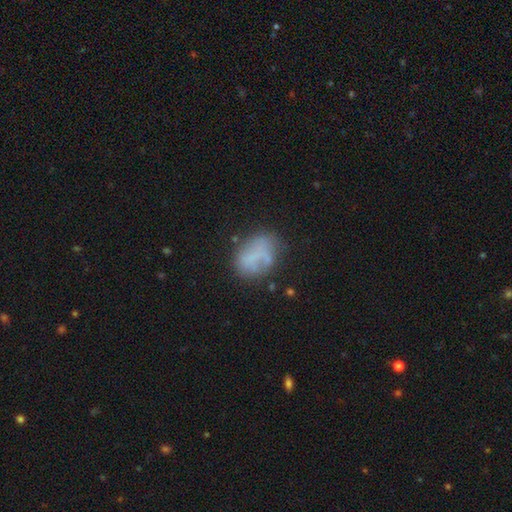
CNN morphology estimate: Q: Smooth or featured?
A: smooth (59%); runner-up: featured or disk (30%)
Q: How rounded?
A: in between (71%); runner-up: round (27%)
Q: Merging?
A: none (51%); runner-up: minor disturbance (25%)